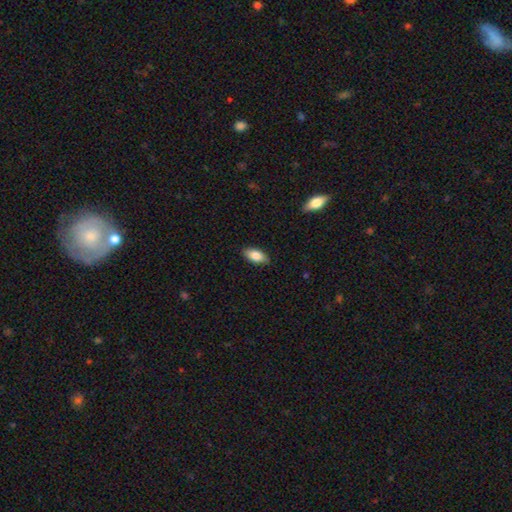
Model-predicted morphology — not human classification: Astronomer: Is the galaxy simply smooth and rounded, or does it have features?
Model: smooth — 84%.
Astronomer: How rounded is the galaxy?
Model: in between — 90%.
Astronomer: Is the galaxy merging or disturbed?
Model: none — 88%.